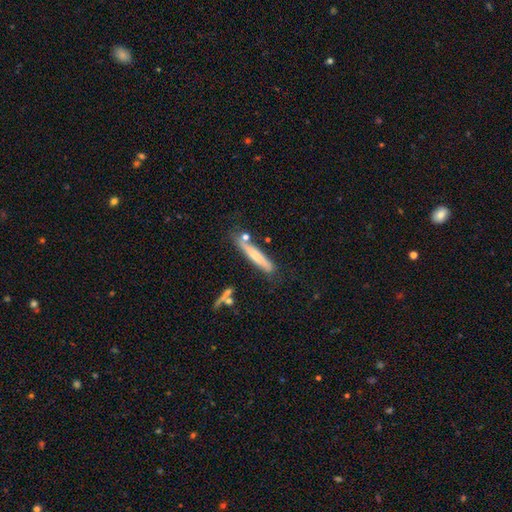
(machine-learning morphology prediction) The model was most divided on "smooth or featured": smooth: 59%, featured or disk: 34%, star or artifact: 7%. More confident: how rounded — cigar-shaped (93%); merging — none (71%).